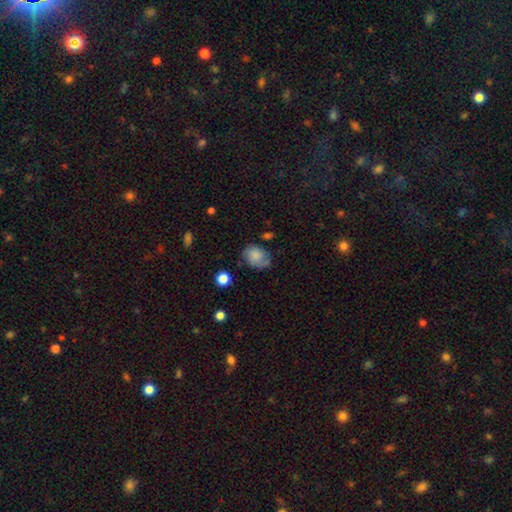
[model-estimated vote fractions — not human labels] Smooth or featured: smooth — 67% (featured or disk — 24%)
How rounded: in between — 65% (round — 34%)
Merging: none — 63% (minor disturbance — 26%)